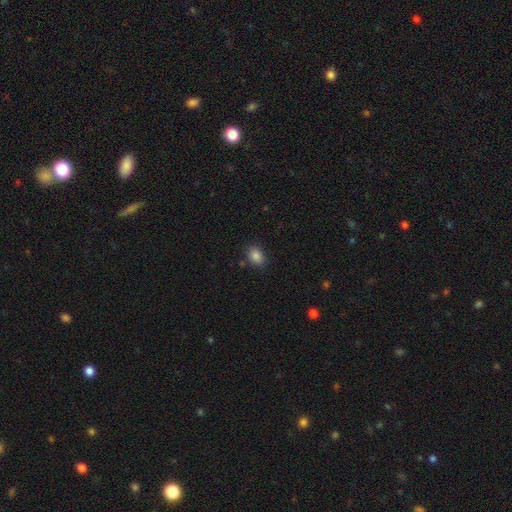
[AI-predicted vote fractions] This is clearly a smooth galaxy (86%). How rounded: likely in between (76%). Merging: clearly none (85%).